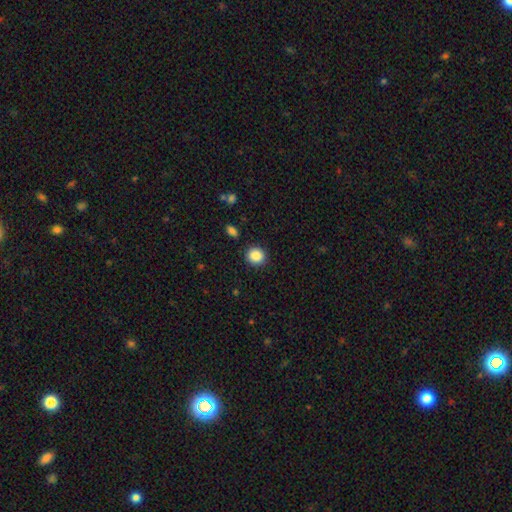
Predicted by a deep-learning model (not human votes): smooth-or-featured: smooth: 88% | star or artifact: 9% | featured or disk: 3%
  how-rounded: round: 84% | in between: 15% | cigar-shaped: 1%
  merging: none: 89% | minor disturbance: 7% | major disturbance: 2% | merger: 2%